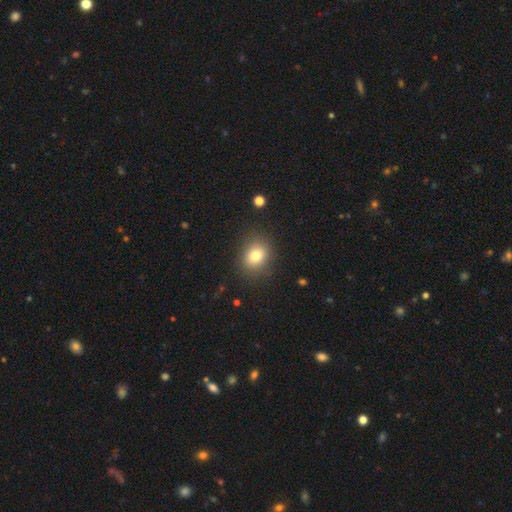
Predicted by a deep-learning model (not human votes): Morphology: type=smooth (79%); roundness=round (56%); merging=none (84%).